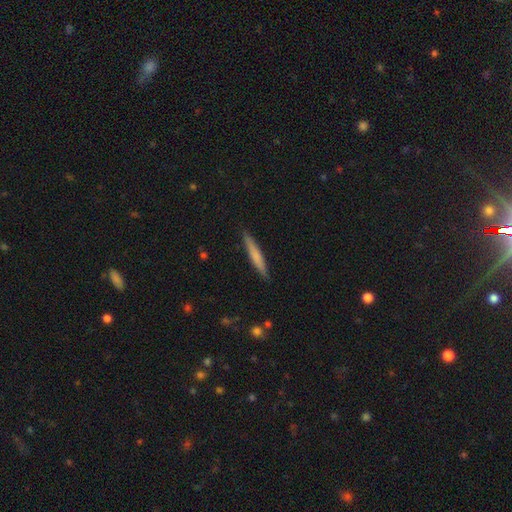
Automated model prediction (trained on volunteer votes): smooth_or_featured: smooth (p=0.64) [alt: featured or disk p=0.30]
how_rounded: cigar-shaped (p=0.95) [alt: in between p=0.04]
merging: none (p=0.90) [alt: minor disturbance p=0.08]